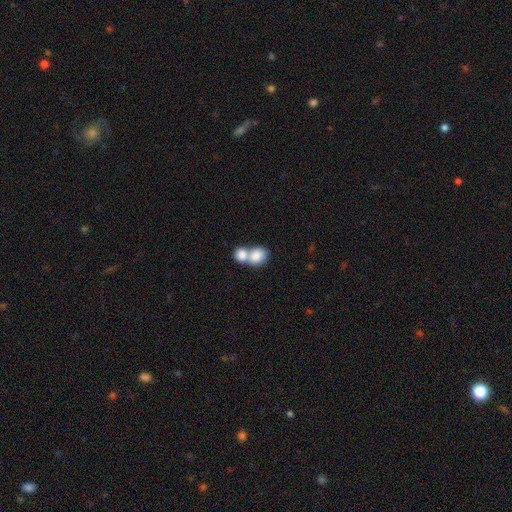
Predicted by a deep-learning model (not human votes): A smooth galaxy with no disk features (81%) that is round (57%). Merging: merger (73%).